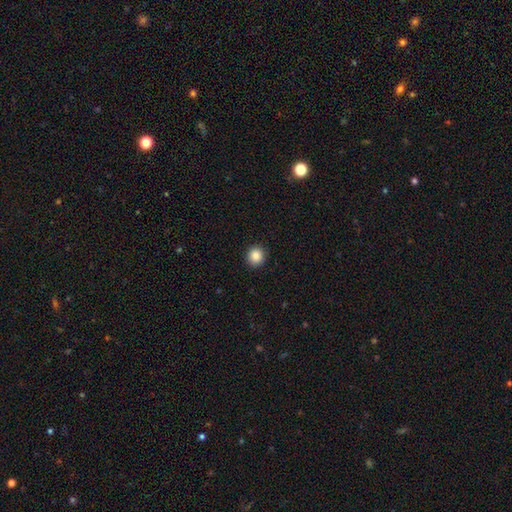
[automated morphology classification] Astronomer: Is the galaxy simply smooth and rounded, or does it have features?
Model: smooth — 87%.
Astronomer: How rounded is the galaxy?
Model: round — 89%.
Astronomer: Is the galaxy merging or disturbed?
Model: none — 91%.